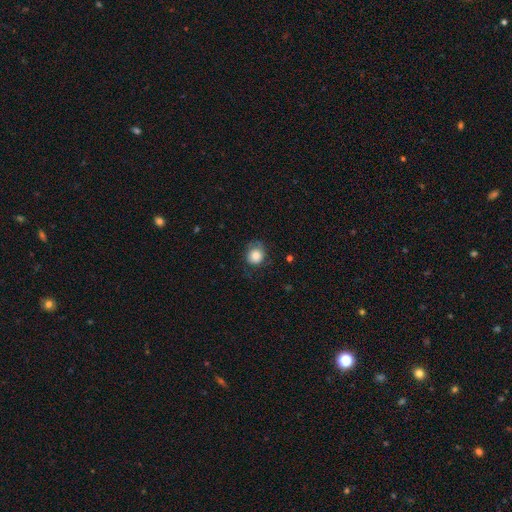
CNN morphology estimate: This appears to be a smooth galaxy with no disk features (78%) that is round (81%). Merging: none (65%).